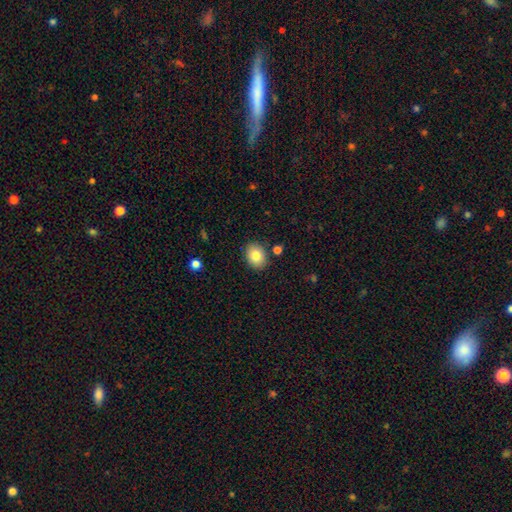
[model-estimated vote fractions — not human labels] Q: Smooth or featured?
A: smooth (82%); runner-up: featured or disk (9%)
Q: How rounded?
A: in between (51%); runner-up: round (48%)
Q: Merging?
A: none (86%); runner-up: minor disturbance (9%)